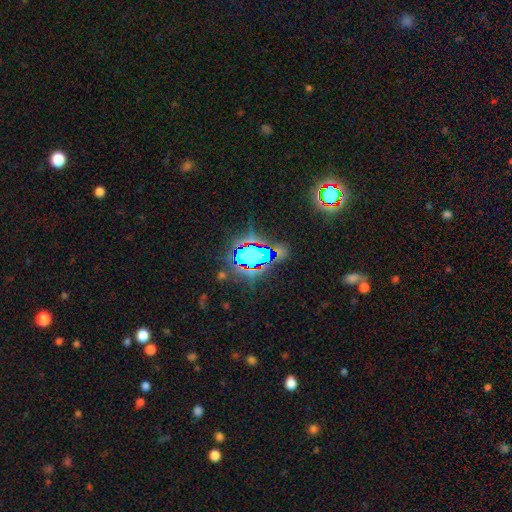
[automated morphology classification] This is likely a star or artifact rather than a galaxy (78%).